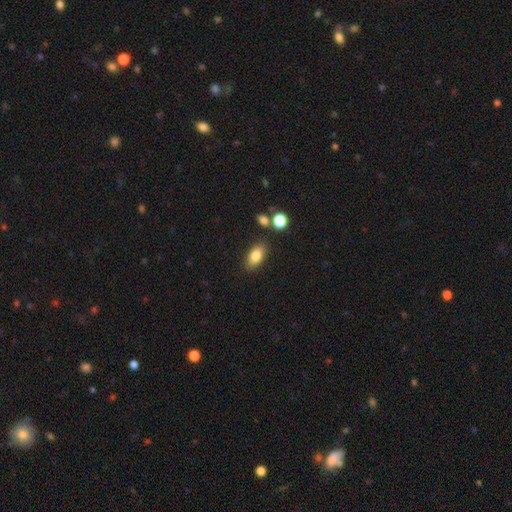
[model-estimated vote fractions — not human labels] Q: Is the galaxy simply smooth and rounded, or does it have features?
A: smooth — 82%.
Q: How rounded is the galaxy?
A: in between — 88%.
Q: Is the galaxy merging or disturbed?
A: none — 82%.